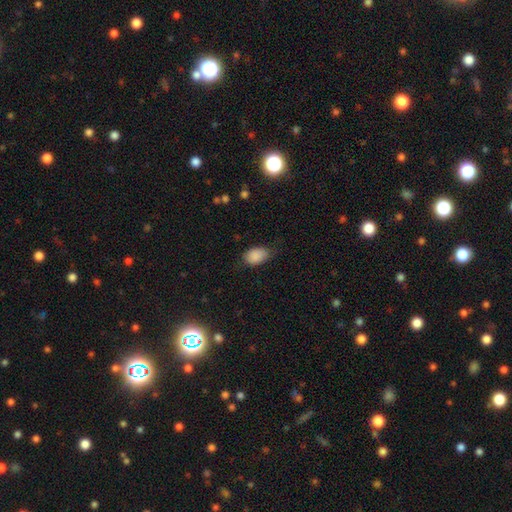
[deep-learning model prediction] This appears to be a smooth galaxy with no disk features (88%) that is in between round and cigar-shaped (88%). Merging: none (71%).